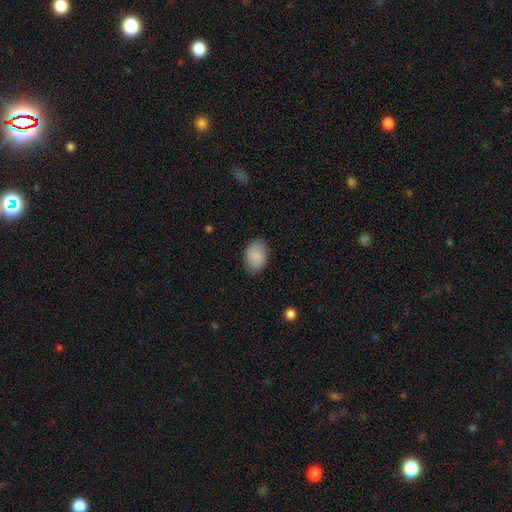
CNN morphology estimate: This appears to be a smooth galaxy with no disk features (87%) that is in between round and cigar-shaped (83%). Merging: none (83%).